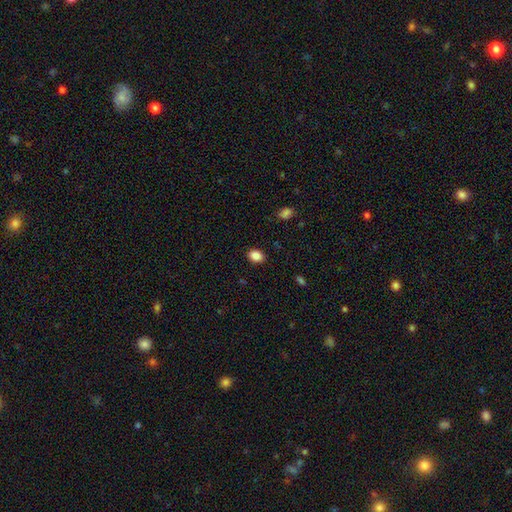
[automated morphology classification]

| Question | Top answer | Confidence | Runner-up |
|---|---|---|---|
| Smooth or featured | smooth | 87% | star or artifact (9%) |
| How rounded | in between | 66% | round (33%) |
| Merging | none | 88% | minor disturbance (9%) |